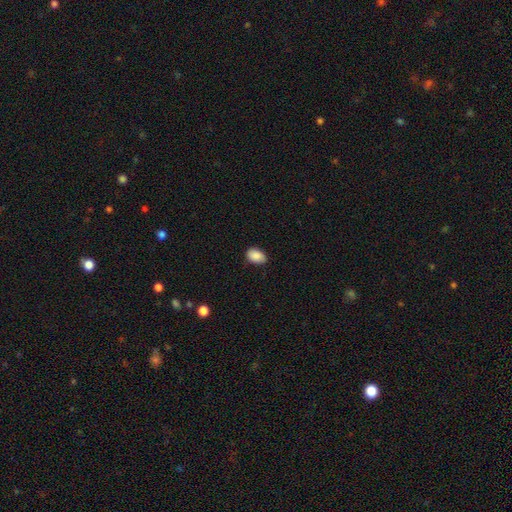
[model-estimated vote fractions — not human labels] A smooth galaxy with no disk features (88%) that is in between round and cigar-shaped (85%).

Vote fractions:
- Smooth or featured? smooth: 88% / star or artifact: 7% / featured or disk: 4%
- How rounded? in between: 85% / round: 14% / cigar-shaped: 1%
- Merging? none: 81% / minor disturbance: 16% / major disturbance: 2% / merger: 1%